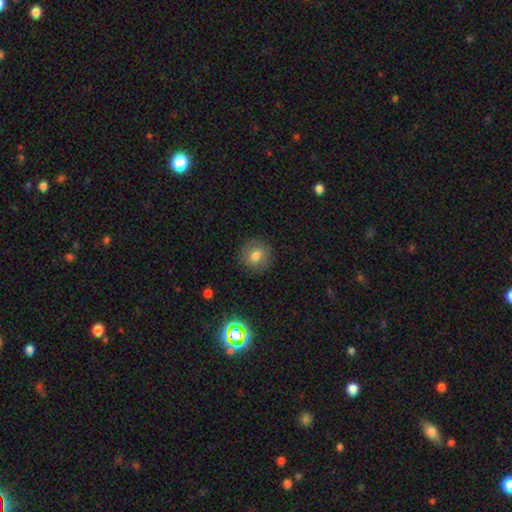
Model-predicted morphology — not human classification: This appears to be a smooth galaxy with no disk features (73%) that is round (92%). Merging: none (88%).